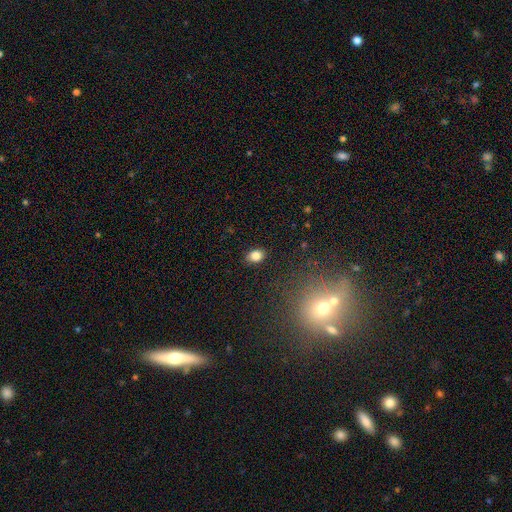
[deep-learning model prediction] Smooth or featured?
  - smooth: 84% *
  - star or artifact: 10%
  - featured or disk: 6%
How rounded?
  - in between: 72% *
  - round: 26%
  - cigar-shaped: 1%
Merging?
  - none: 88% *
  - minor disturbance: 9%
  - major disturbance: 2%
  - merger: 1%